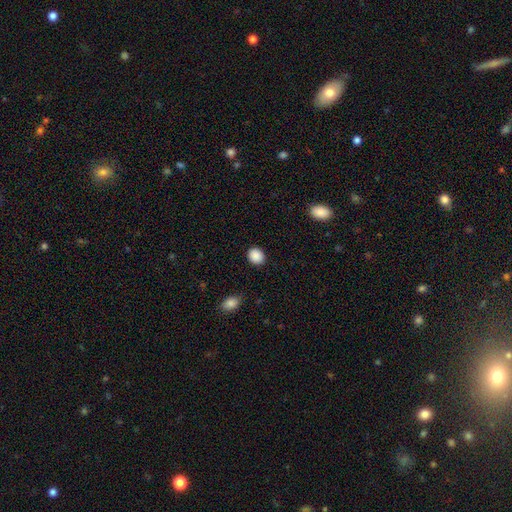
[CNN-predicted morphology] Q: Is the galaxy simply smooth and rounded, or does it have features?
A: smooth — 89%.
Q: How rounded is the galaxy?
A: round — 68%.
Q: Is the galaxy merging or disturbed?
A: none — 89%.